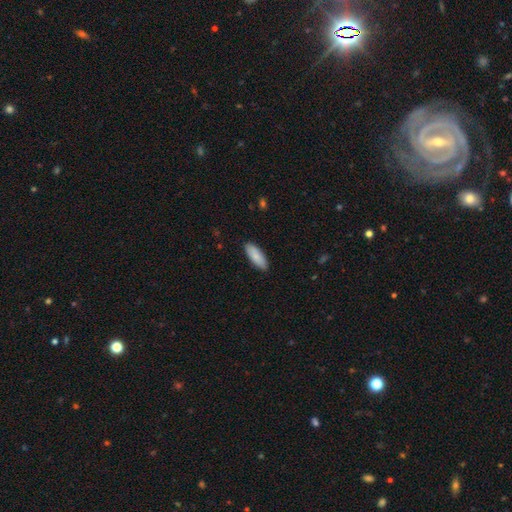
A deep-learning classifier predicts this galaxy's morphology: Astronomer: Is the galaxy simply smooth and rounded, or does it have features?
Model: smooth — 85%.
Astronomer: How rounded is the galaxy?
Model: in between — 71%.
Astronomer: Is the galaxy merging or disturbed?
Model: none — 88%.